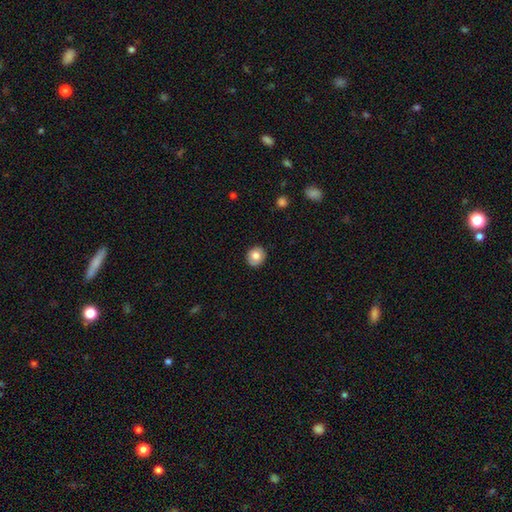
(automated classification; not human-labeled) The model was most divided on "how rounded": round: 80%, in between: 19%, cigar-shaped: 1%. More confident: merging — none (88%); smooth or featured — smooth (78%).